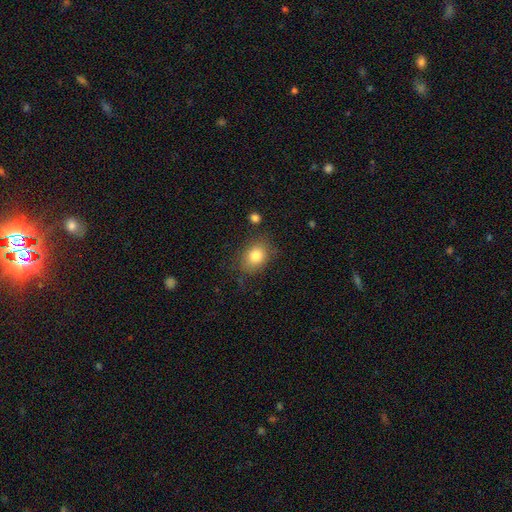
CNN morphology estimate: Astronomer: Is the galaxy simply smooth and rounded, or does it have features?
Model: smooth — 82%.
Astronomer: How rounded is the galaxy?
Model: in between — 57% (runner-up: round, 42%).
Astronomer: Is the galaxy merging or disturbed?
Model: none — 76%.